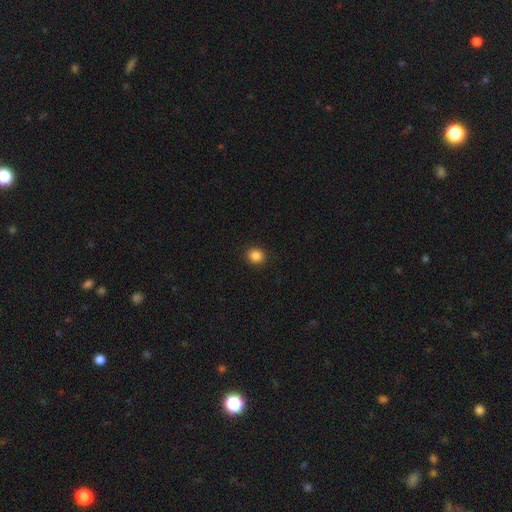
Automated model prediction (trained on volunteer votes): This appears to be a smooth galaxy with no disk features (86%) that is round (87%). Merging: none (93%).